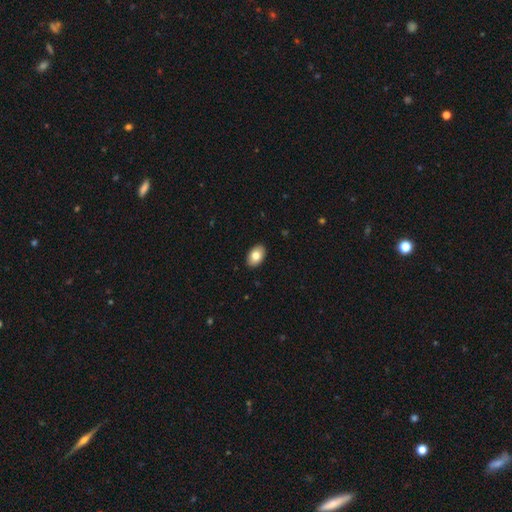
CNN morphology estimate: Smooth or featured? smooth (81%)
How rounded? in between (91%)
Merging? none (90%)